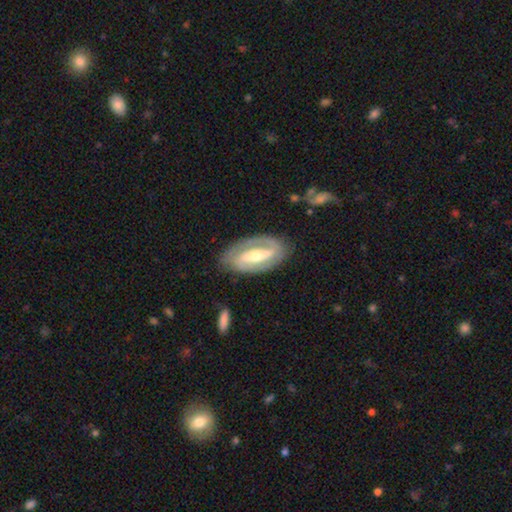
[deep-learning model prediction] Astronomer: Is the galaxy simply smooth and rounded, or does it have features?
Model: featured or disk — 83%.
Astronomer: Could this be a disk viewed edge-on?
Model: no — 93%.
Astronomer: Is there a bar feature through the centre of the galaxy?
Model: strong — 58%.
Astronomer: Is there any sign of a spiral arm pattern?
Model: yes — 85%.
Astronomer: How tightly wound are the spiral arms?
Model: tight — 43% (runner-up: medium, 40%).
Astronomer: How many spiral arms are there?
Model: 2 — 84%.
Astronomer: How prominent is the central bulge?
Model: moderate — 64%.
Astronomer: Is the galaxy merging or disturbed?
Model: none — 82%.